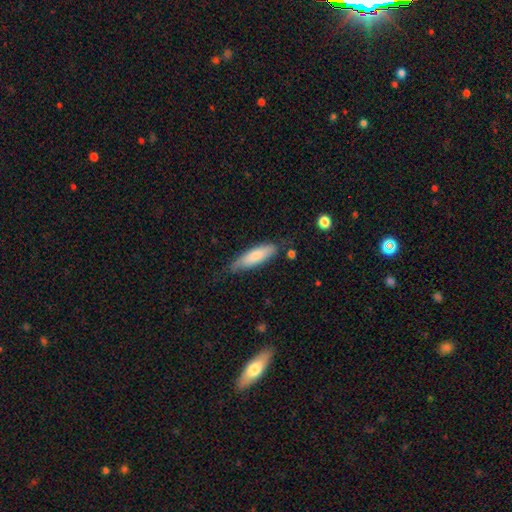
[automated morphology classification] Overall: smooth (77%). How rounded: cigar-shaped (57%; in between 42%). Merging: none (67%).